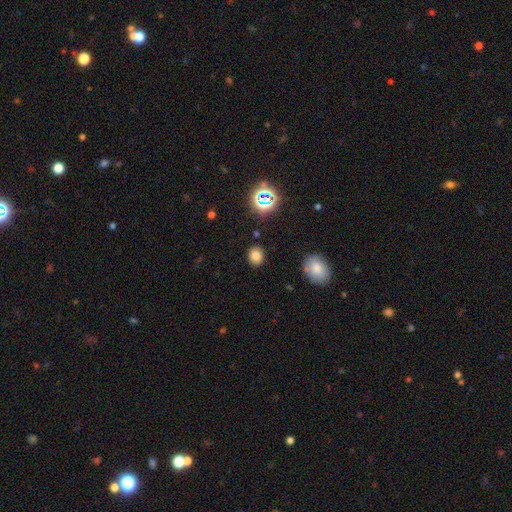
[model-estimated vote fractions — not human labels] smooth-or-featured: smooth: 76% | star or artifact: 18% | featured or disk: 6%
  how-rounded: round: 59% | in between: 40% | cigar-shaped: 1%
  merging: none: 84% | minor disturbance: 11% | major disturbance: 3% | merger: 2%